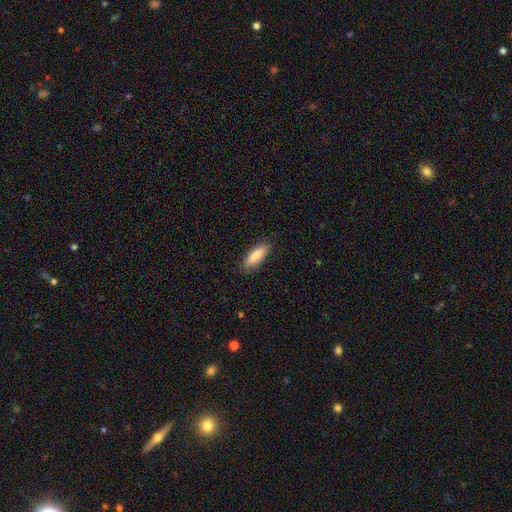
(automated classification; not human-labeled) Smooth or featured: smooth — 83% (featured or disk — 11%)
How rounded: in between — 59% (cigar-shaped — 39%)
Merging: none — 87% (minor disturbance — 9%)